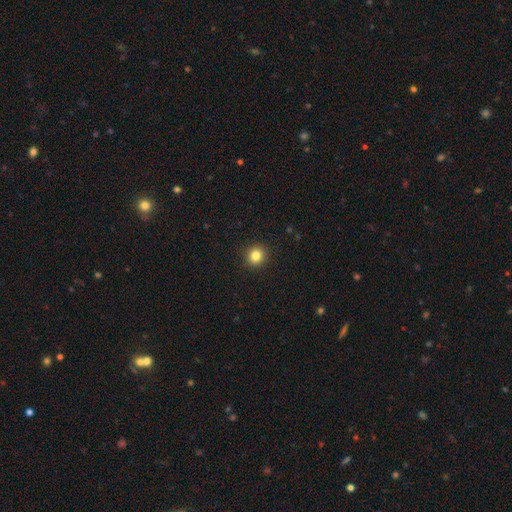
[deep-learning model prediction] Morphology: type=smooth (83%); roundness=round (92%); merging=none (93%).